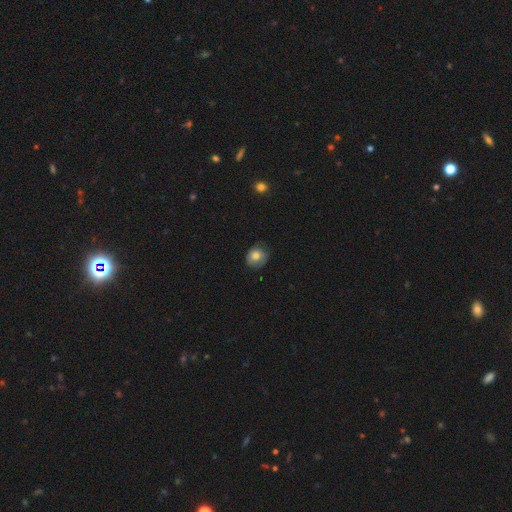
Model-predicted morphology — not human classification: smooth-or-featured: smooth: 74% | featured or disk: 17% | star or artifact: 9%
  how-rounded: round: 74% | in between: 25% | cigar-shaped: 1%
  merging: none: 70% | minor disturbance: 23% | major disturbance: 6% | merger: 1%